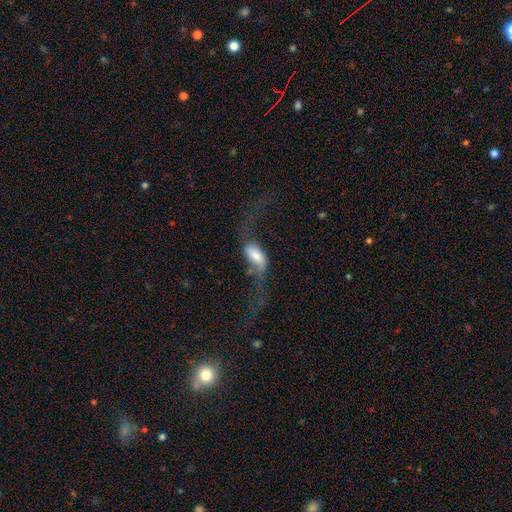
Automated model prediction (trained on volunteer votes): Smooth or featured? smooth (51%)
How rounded? in between (84%)
Merging? major disturbance (51%)